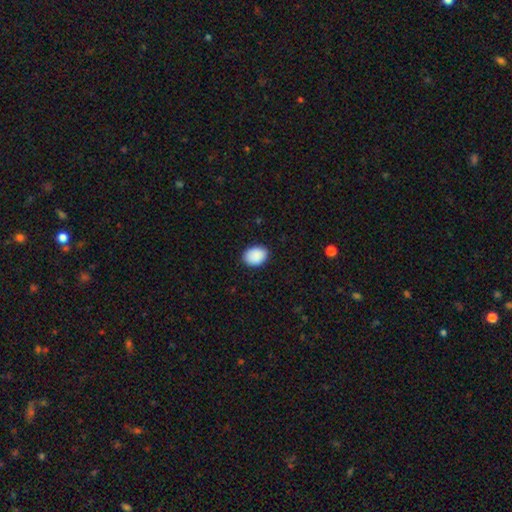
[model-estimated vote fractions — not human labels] smooth_or_featured: smooth (p=0.91) [alt: star or artifact p=0.07]
how_rounded: in between (p=0.67) [alt: round p=0.32]
merging: none (p=0.88) [alt: minor disturbance p=0.09]